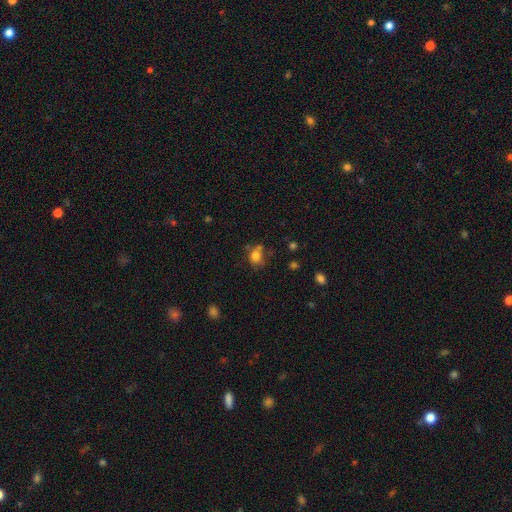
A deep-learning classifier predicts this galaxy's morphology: A smooth galaxy with no disk features (75%) that is round (55%). Merging: none (49%).